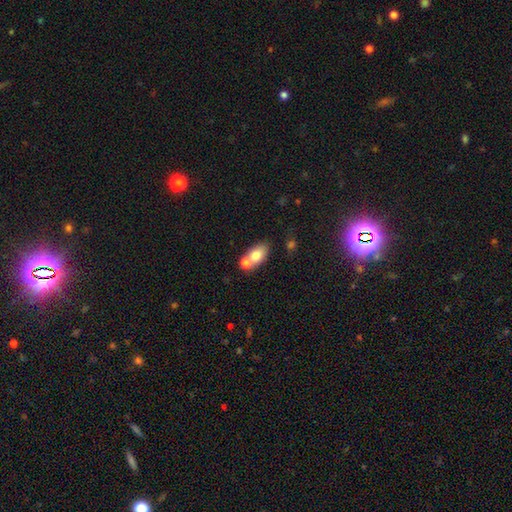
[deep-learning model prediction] Smooth or featured? Predicted: smooth (p=0.73). How rounded? Predicted: in between (p=0.82). Merging? Predicted: merger (p=0.46).